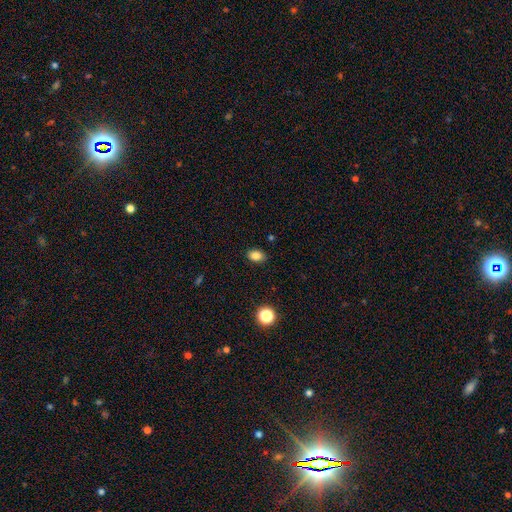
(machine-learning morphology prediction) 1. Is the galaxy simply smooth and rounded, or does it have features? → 84% smooth, 11% star or artifact, 6% featured or disk.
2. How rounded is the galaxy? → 76% in between, 23% round, 1% cigar-shaped.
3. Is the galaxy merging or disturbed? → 88% none, 9% minor disturbance, 2% major disturbance, 1% merger.